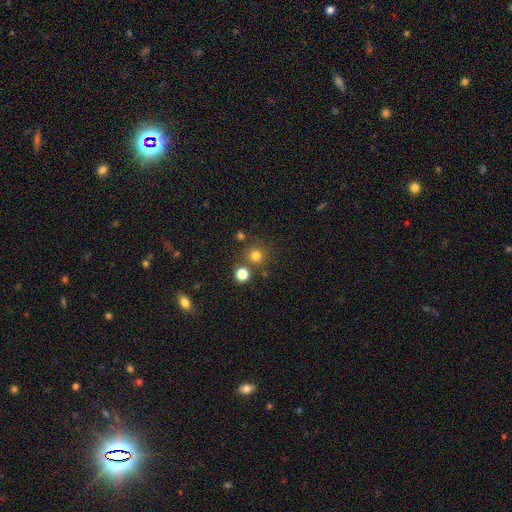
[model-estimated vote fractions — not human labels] The model was most divided on "smooth or featured": smooth: 77%, star or artifact: 17%, featured or disk: 6%. More confident: how rounded — round (94%); merging — none (79%).